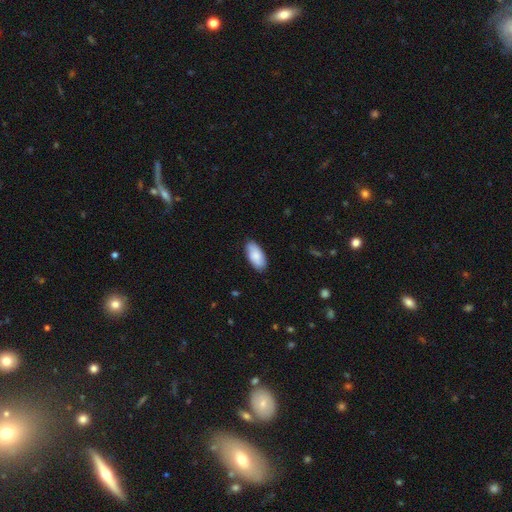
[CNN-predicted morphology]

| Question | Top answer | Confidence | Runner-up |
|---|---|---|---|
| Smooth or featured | smooth | 82% | featured or disk (12%) |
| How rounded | in between | 92% | cigar-shaped (6%) |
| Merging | none | 83% | minor disturbance (14%) |